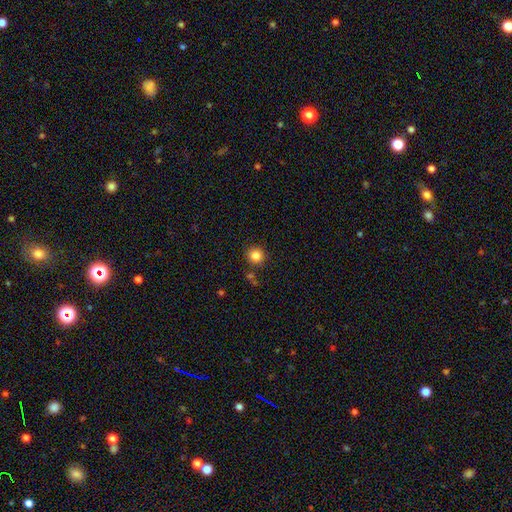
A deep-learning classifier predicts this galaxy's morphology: smooth_or_featured: smooth (p=0.85) [alt: star or artifact p=0.11]
how_rounded: round (p=0.93) [alt: in between p=0.06]
merging: none (p=0.85) [alt: minor disturbance p=0.08]